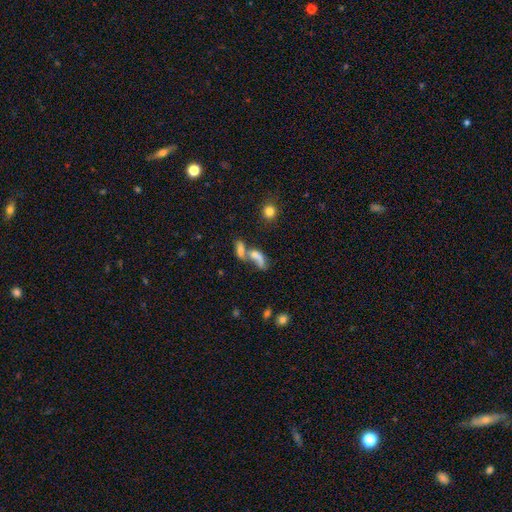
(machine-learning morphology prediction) A smooth galaxy with no disk features (48%). Merging: merger (56%).